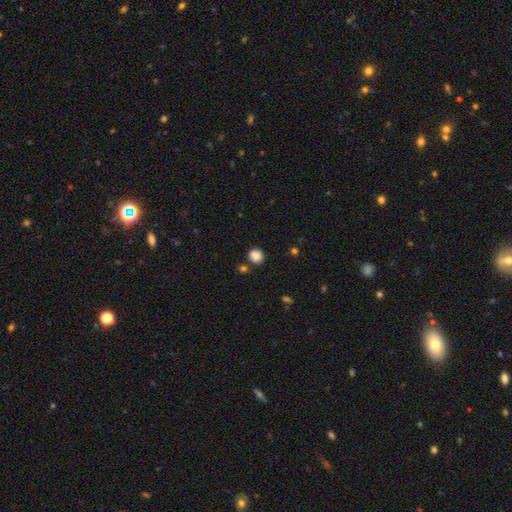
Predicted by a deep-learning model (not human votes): Overall: smooth (85%). How rounded: round (81%). Merging: none (76%).